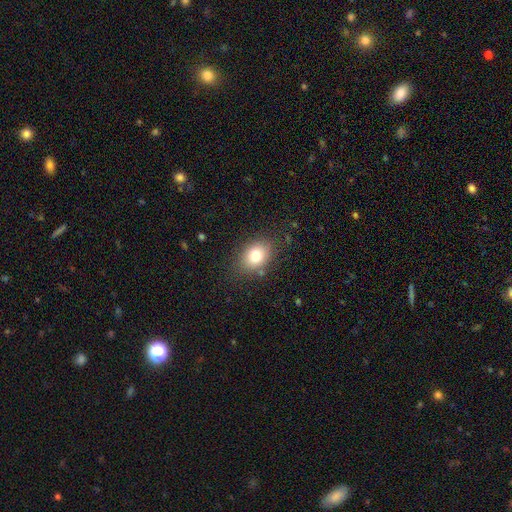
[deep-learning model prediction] The model was most divided on "how rounded": in between: 65%, round: 34%, cigar-shaped: 1%. More confident: merging — none (81%); smooth or featured — smooth (78%).